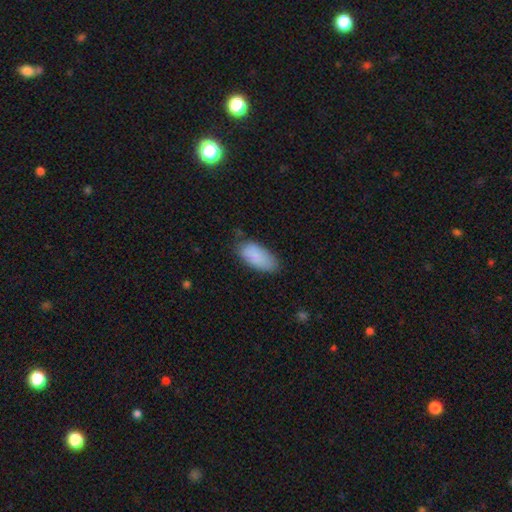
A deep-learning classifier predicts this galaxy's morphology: type=smooth (86%); roundness=in between (91%); merging=none (70%).